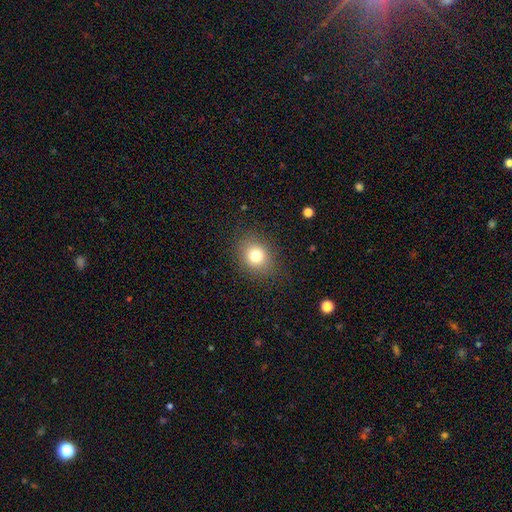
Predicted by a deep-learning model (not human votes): This appears to be a smooth galaxy with no disk features (78%) that is round (64%). Merging: none (85%).